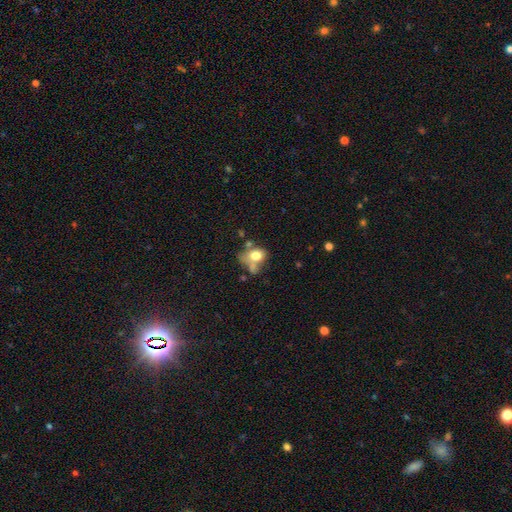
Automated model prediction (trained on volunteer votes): Smooth or featured?
  - smooth: 70% *
  - featured or disk: 19%
  - star or artifact: 11%
How rounded?
  - in between: 59% *
  - round: 39%
  - cigar-shaped: 1%
Merging?
  - merger: 33% *
  - none: 29%
  - minor disturbance: 19%
  - major disturbance: 18%